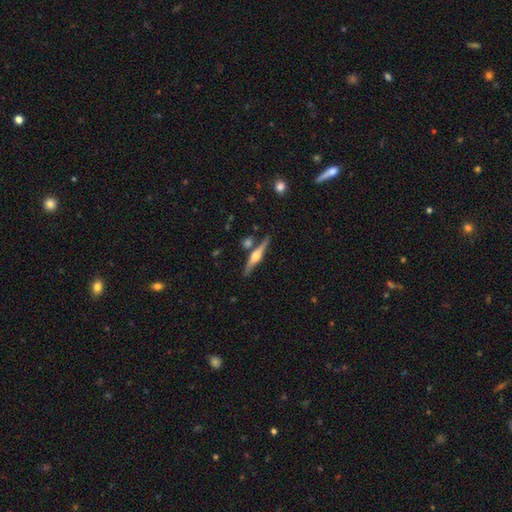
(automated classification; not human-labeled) Morphology: type=featured or disk (71%); edge-on=yes (97%); edge-on bulge=rounded (92%); merging=none (80%).